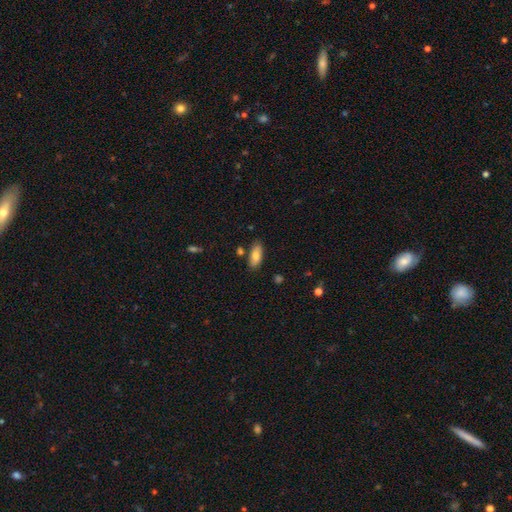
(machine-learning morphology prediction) Smooth or featured?
  - smooth: 82% *
  - featured or disk: 11%
  - star or artifact: 7%
How rounded?
  - in between: 79% *
  - cigar-shaped: 19%
  - round: 2%
Merging?
  - none: 80% *
  - minor disturbance: 13%
  - merger: 5%
  - major disturbance: 3%